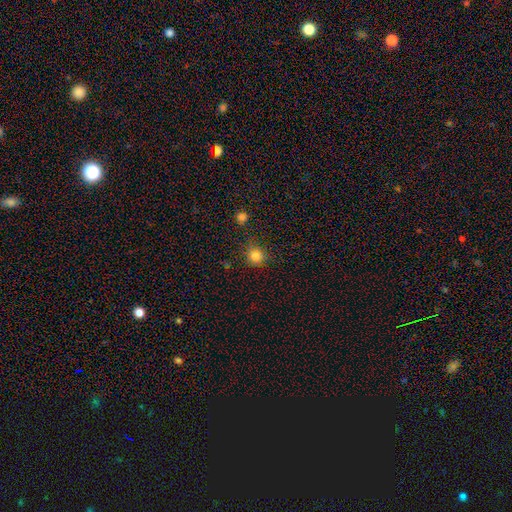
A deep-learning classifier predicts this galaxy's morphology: This appears to be a smooth galaxy with no disk features (82%) that is round (89%). Merging: none (79%).